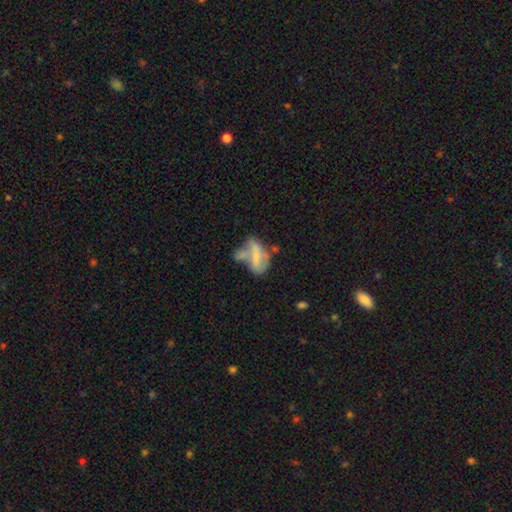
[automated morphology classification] smooth_or_featured: smooth (p=0.45) [tied with: featured or disk p=0.45]
merging: merger (p=0.37) [alt: none p=0.23]